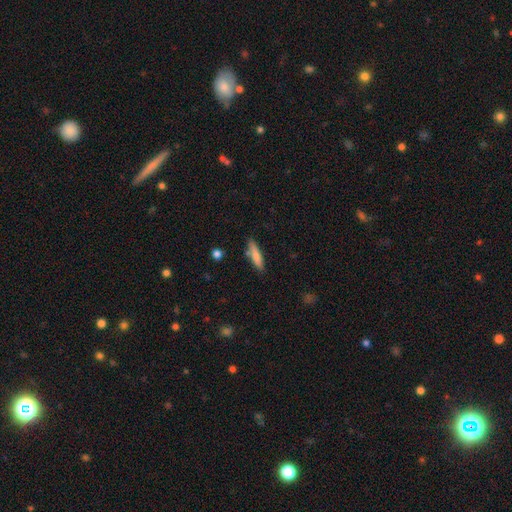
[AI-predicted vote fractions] smooth 78%, featured or disk 16%, star or artifact 6%. Down the decision tree: how rounded — cigar-shaped (81%); merging — none (78%).